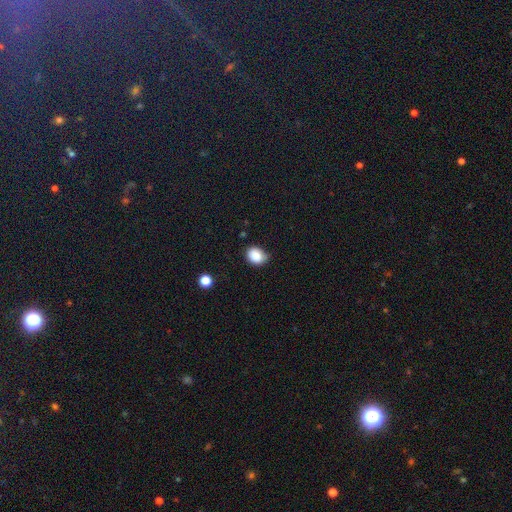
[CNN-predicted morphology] Overall: smooth (87%). How rounded: in between (53%; round 46%). Merging: none (67%).